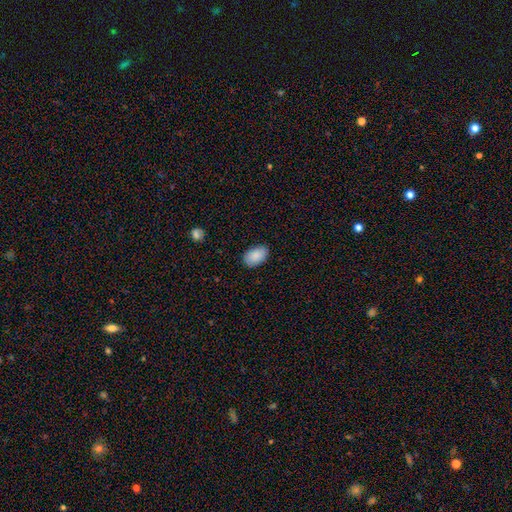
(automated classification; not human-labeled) Overall: smooth (89%). How rounded: in between (92%). Merging: none (86%).